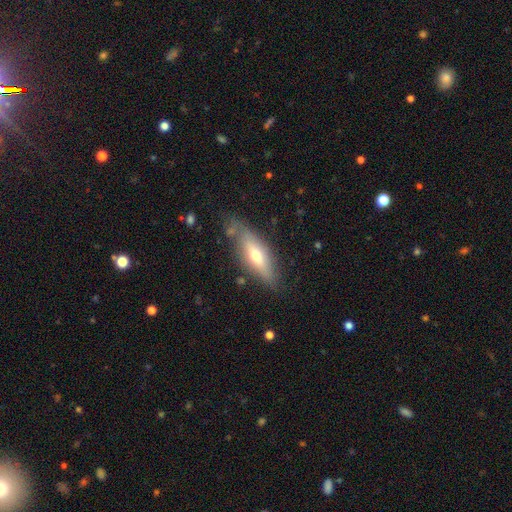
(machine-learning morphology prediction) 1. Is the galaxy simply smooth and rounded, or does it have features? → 47% featured or disk, 46% smooth, 7% star or artifact.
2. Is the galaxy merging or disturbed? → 71% none, 19% minor disturbance, 6% major disturbance, 4% merger.